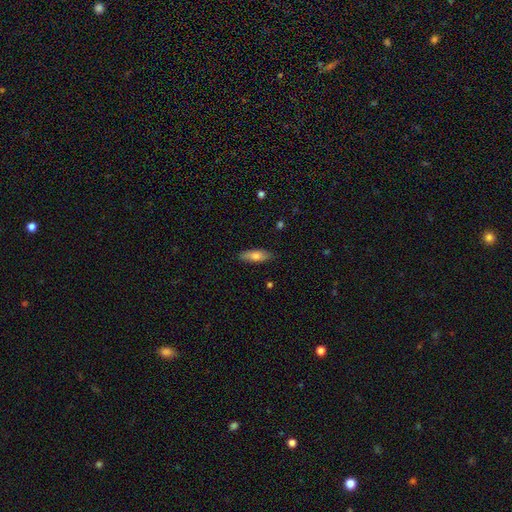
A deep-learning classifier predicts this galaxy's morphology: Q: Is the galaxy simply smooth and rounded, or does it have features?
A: smooth — 75%.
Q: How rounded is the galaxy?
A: in between — 61%.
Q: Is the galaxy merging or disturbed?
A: none — 86%.